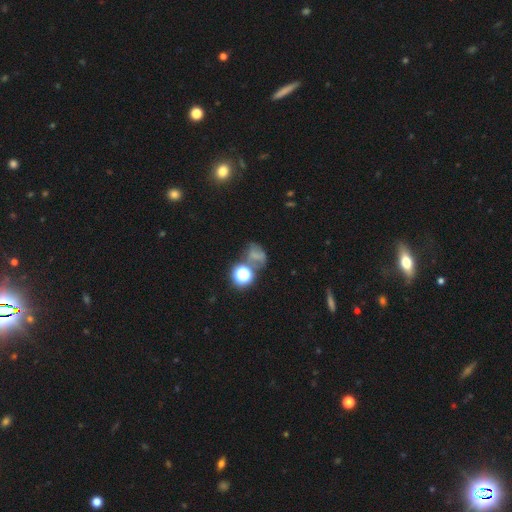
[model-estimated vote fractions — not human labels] Smooth or featured: smooth — 44% (star or artifact — 34%)
Merging: none — 41% (major disturbance — 20%)